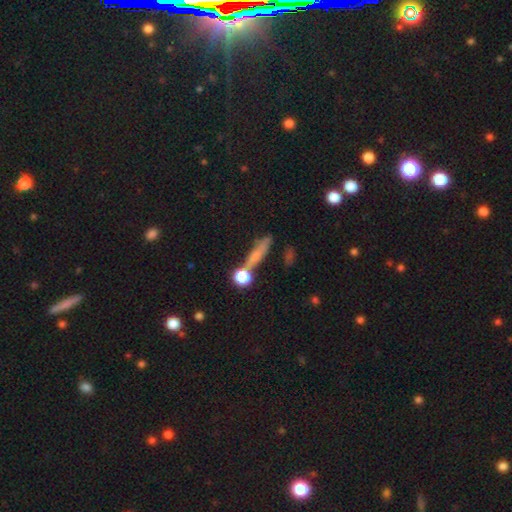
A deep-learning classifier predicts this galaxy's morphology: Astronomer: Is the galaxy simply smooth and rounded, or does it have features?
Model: smooth — 60%.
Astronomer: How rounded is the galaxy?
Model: cigar-shaped — 68%.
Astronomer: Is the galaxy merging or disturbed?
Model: none — 60%.